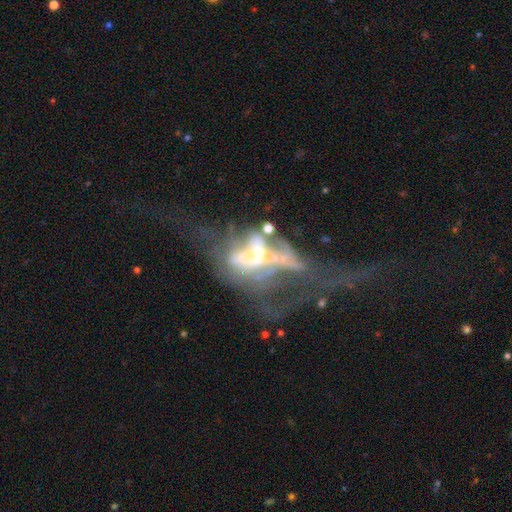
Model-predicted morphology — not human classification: Overall: featured or disk (66%). Edge-on disk: no (93%). Bar: no (72%). Spiral arms: no (81%). Bulge size: moderate (40%; small 24%). Merging: major disturbance (45%; merger 35%).